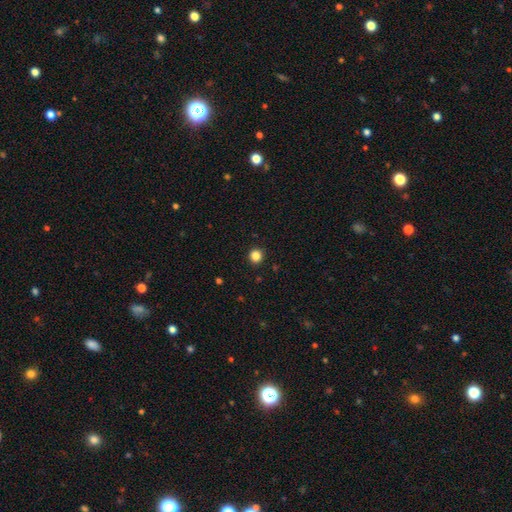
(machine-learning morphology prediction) This is clearly a smooth galaxy (85%). How rounded: clearly round (92%). Merging: clearly none (93%).